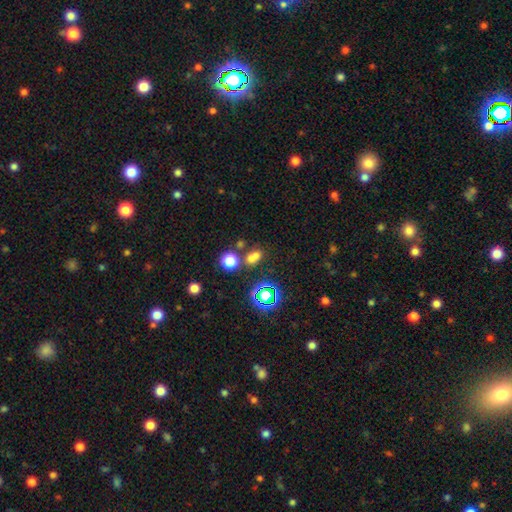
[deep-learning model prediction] This appears to be a smooth galaxy with no disk features (58%) that is round (50%). Merging: none (48%).